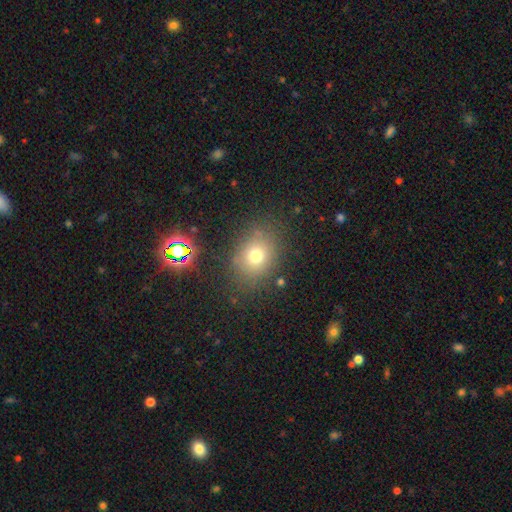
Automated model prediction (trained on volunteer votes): This appears to be a smooth galaxy with no disk features (72%) that is round (51%). Merging: none (79%).